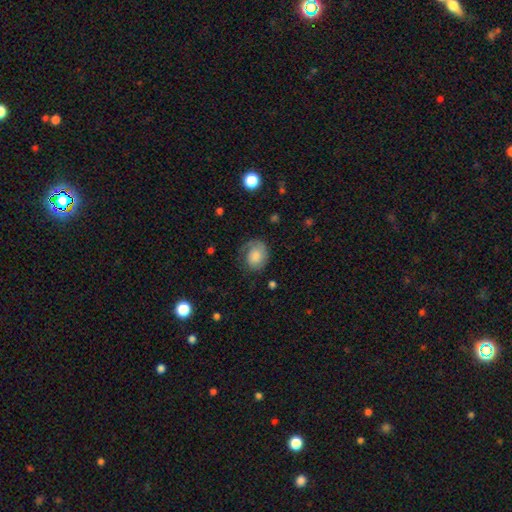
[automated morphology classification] This is possibly a smooth galaxy (57%). How rounded: possibly round (54%). Merging: possibly none (55%).